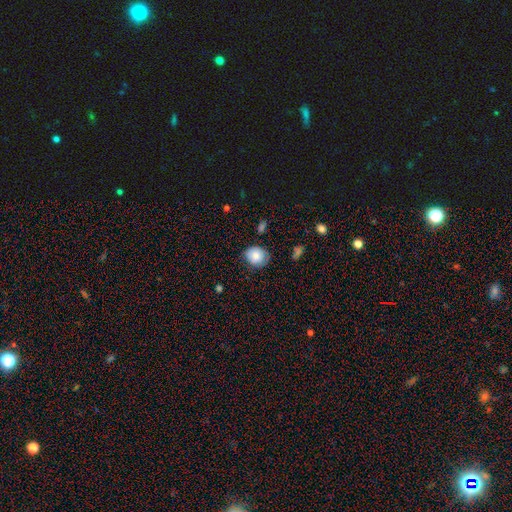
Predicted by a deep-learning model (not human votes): This appears to be a smooth galaxy with no disk features (76%) that is round (76%). Merging: none (73%).